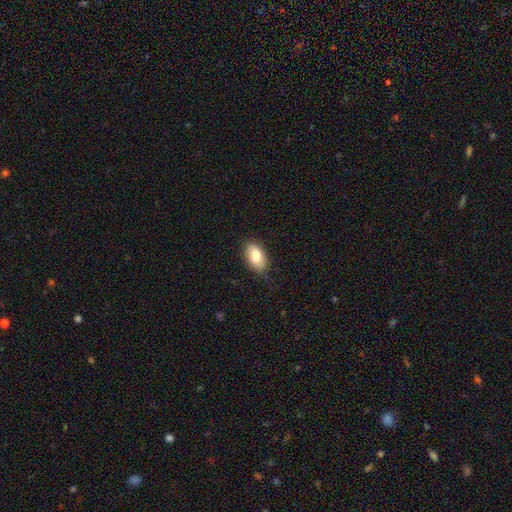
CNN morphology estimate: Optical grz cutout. It shows a smooth galaxy with no disk features (82%) that is in between round and cigar-shaped (93%). Merging: none (78%).